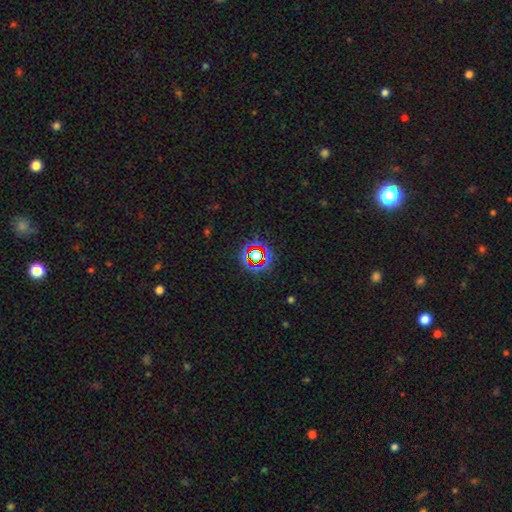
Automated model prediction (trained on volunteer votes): Smooth or featured?
  - star or artifact: 71% *
  - smooth: 18%
  - featured or disk: 11%